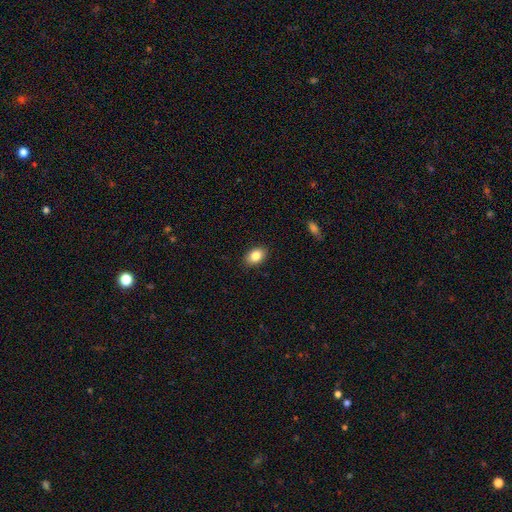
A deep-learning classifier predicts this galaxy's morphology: This appears to be a smooth galaxy with no disk features (85%) that is in between round and cigar-shaped (83%). Merging: none (88%).